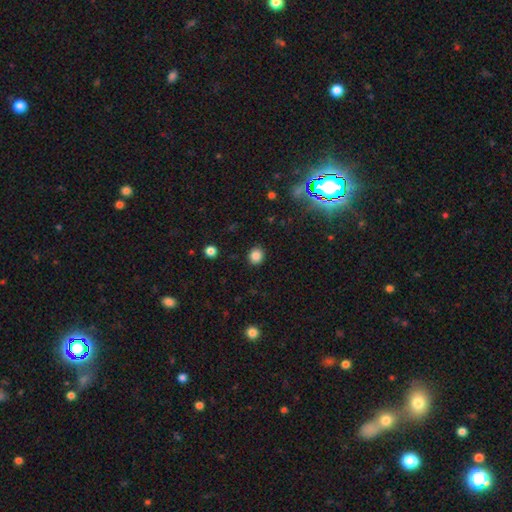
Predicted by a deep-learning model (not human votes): This appears to be a smooth galaxy with no disk features (84%) that is round (76%). Merging: none (90%).